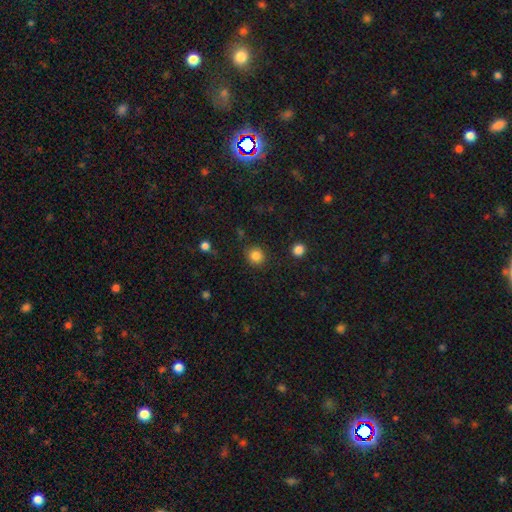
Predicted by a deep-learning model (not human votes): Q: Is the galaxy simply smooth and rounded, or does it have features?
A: smooth — 85%.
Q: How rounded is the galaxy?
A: round — 88%.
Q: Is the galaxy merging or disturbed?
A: none — 87%.